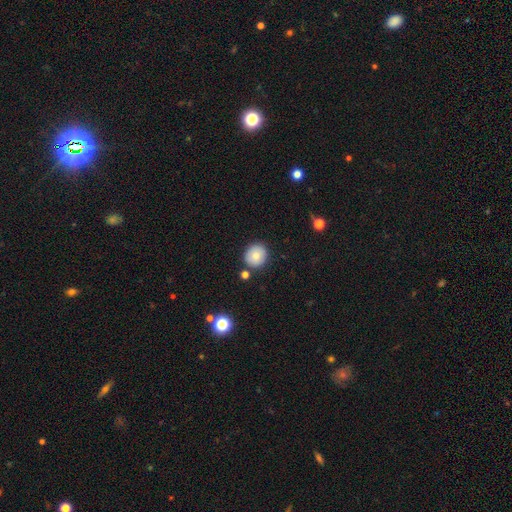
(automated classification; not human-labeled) This appears to be a smooth galaxy with no disk features (80%) that is round (84%). Merging: none (84%).